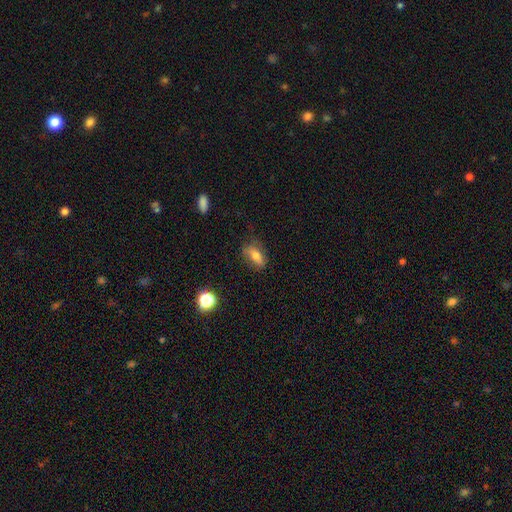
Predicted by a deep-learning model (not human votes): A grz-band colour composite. It shows a smooth galaxy with no disk features (68%) that is in between round and cigar-shaped (80%). Merging: none (69%).